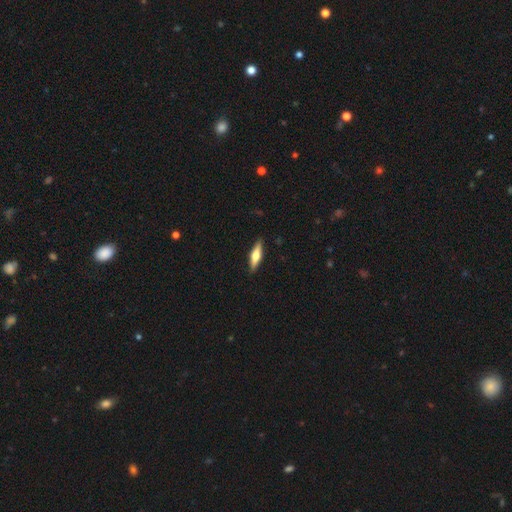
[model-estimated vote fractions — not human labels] This appears to be a smooth galaxy with no disk features (51%) that is cigar-shaped (65%). Merging: none (89%).